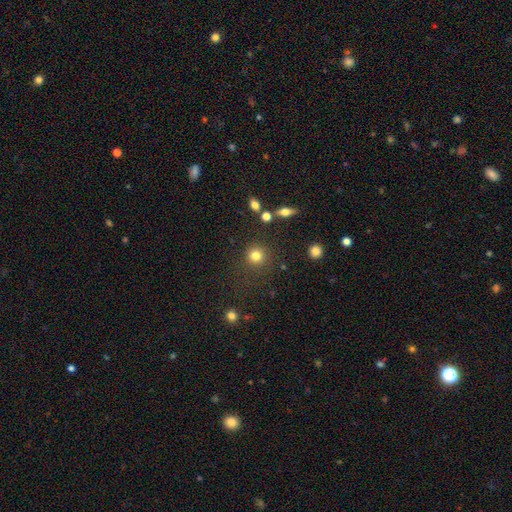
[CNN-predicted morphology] Overall: smooth (81%). How rounded: round (92%). Merging: none (83%).